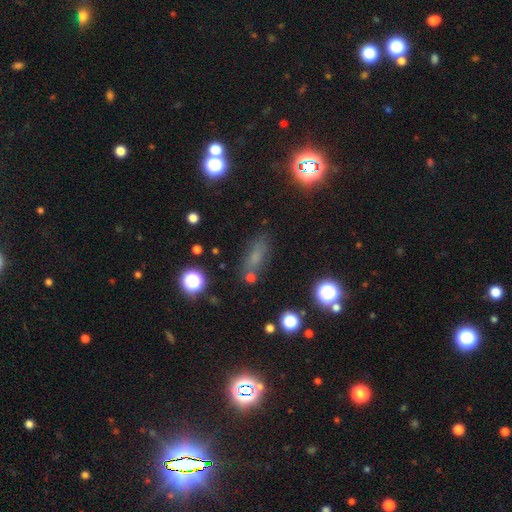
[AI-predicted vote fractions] Smooth or featured? Predicted: smooth (p=0.64). How rounded? Predicted: in between (p=0.58). Merging? Predicted: none (p=0.70).